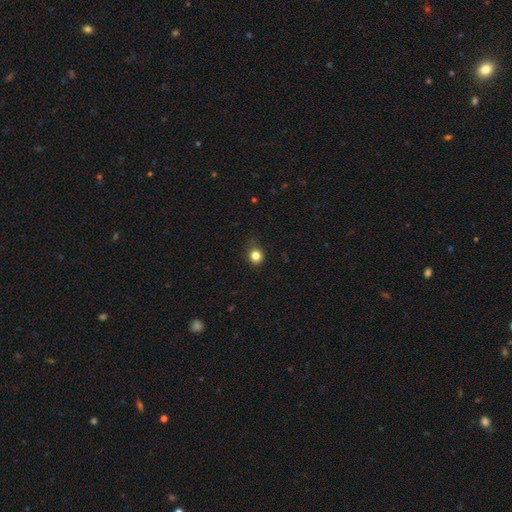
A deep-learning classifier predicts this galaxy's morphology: smooth-or-featured: smooth: 82% | star or artifact: 13% | featured or disk: 5%
  how-rounded: round: 84% | in between: 15% | cigar-shaped: 1%
  merging: none: 80% | minor disturbance: 15% | major disturbance: 3% | merger: 1%